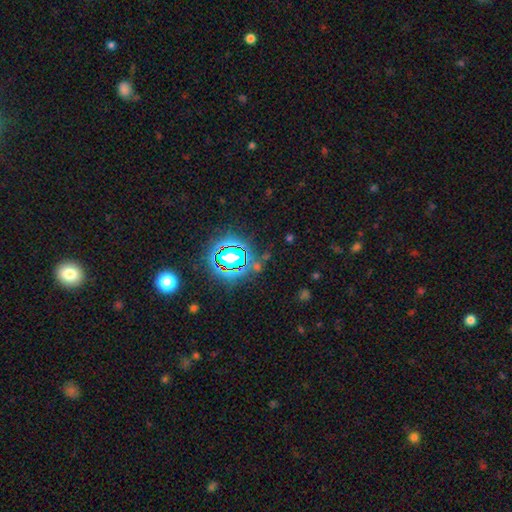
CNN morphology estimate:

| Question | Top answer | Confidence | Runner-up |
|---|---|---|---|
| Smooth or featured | star or artifact | 79% | smooth (13%) |